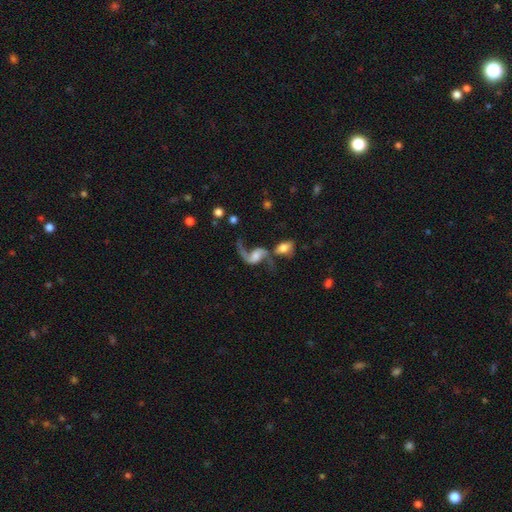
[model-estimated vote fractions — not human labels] featured or disk 82%, smooth 10%, star or artifact 8%. Down the decision tree: edge-on disk — no (97%); bar — no (47%); spiral arms — yes (94%); spiral arm count — 2 (82%); spiral winding — loose (85%); bulge size — moderate (32%); merging — none (37%).